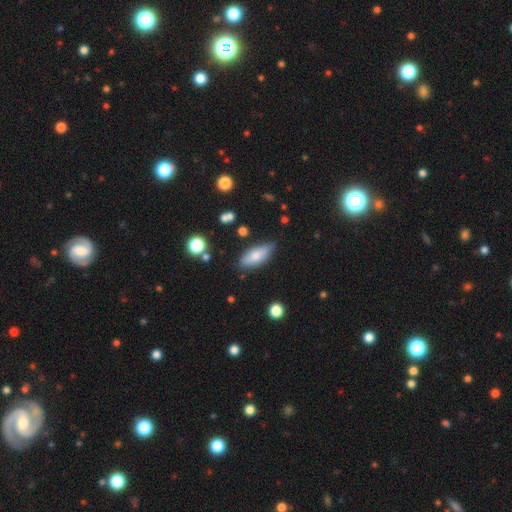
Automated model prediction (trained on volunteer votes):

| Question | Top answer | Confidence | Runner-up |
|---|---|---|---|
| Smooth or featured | smooth | 72% | featured or disk (21%) |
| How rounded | in between | 75% | cigar-shaped (23%) |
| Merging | none | 76% | minor disturbance (18%) |